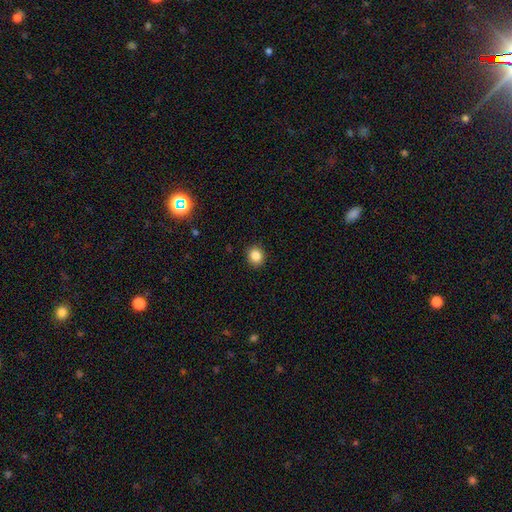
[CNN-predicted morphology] type=smooth (86%); roundness=round (79%); merging=none (90%).